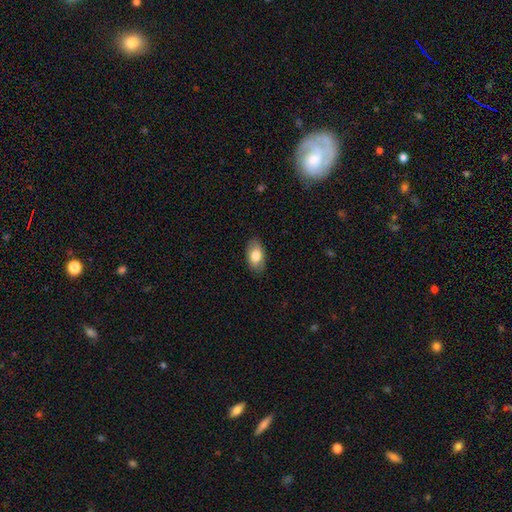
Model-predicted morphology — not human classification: Smooth or featured: smooth — 79% (featured or disk — 15%)
How rounded: in between — 93% (round — 6%)
Merging: none — 86% (minor disturbance — 10%)